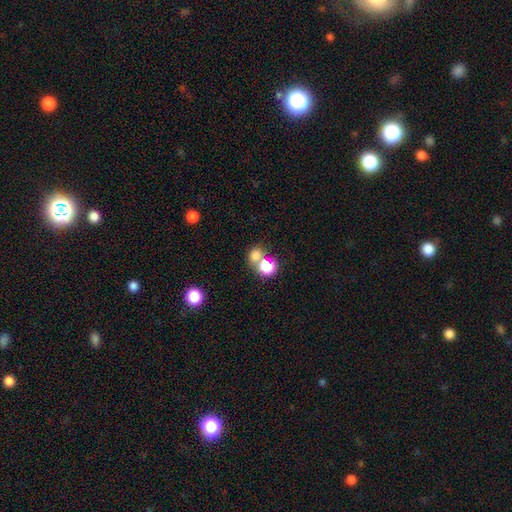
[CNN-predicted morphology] Smooth or featured: smooth — 72% (star or artifact — 20%)
How rounded: round — 71% (in between — 28%)
Merging: none — 49% (merger — 39%)